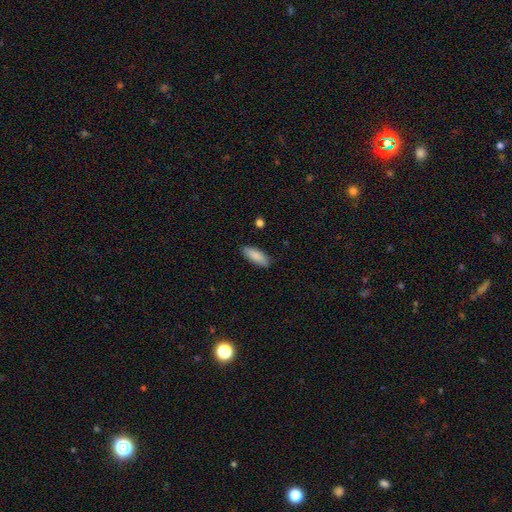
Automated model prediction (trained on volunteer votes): smooth_or_featured: smooth (p=0.88) [alt: featured or disk p=0.06]
how_rounded: in between (p=0.68) [alt: cigar-shaped p=0.31]
merging: none (p=0.88) [alt: minor disturbance p=0.09]